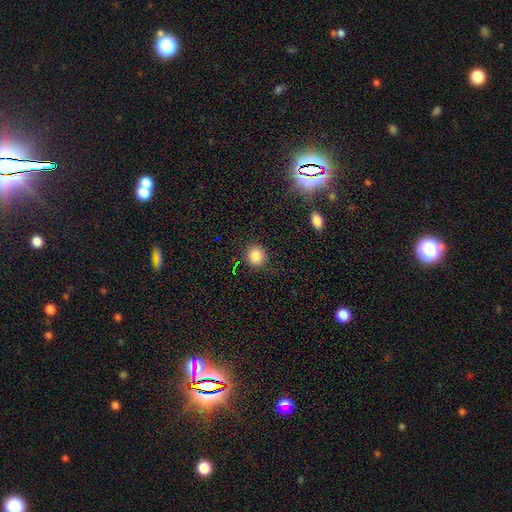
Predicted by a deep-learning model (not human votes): Overall: smooth (84%). How rounded: round (87%). Merging: none (87%).